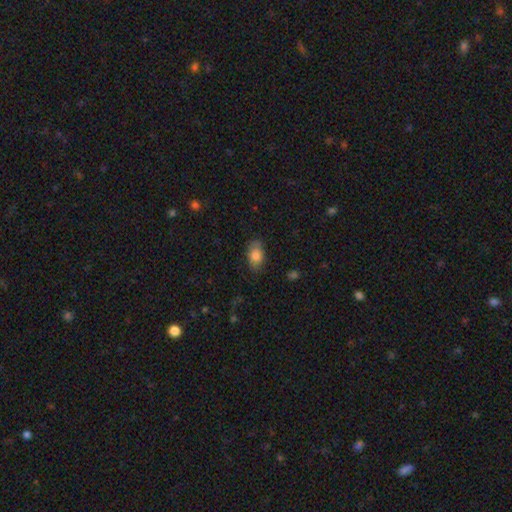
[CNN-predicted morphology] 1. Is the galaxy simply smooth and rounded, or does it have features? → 83% smooth, 10% featured or disk, 8% star or artifact.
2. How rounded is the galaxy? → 90% in between, 8% round, 3% cigar-shaped.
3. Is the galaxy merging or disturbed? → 81% none, 15% minor disturbance, 3% major disturbance, 1% merger.